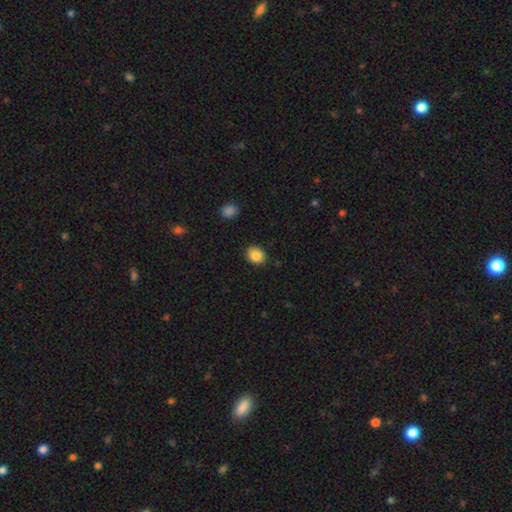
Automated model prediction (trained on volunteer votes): smooth 86%, star or artifact 9%, featured or disk 6%. Down the decision tree: how rounded — round (55%); merging — none (88%).